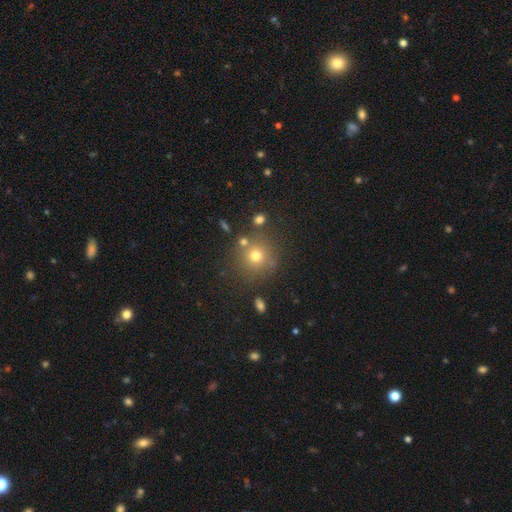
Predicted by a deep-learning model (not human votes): This is likely a smooth galaxy (70%). How rounded: clearly round (92%). Merging: likely none (77%).